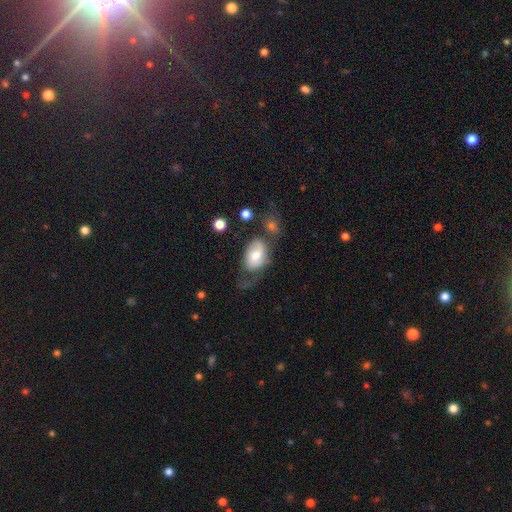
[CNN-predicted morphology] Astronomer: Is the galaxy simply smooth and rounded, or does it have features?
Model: smooth — 67%.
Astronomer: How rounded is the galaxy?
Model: in between — 88%.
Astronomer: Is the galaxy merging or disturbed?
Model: none — 33% (runner-up: major disturbance, 30%).